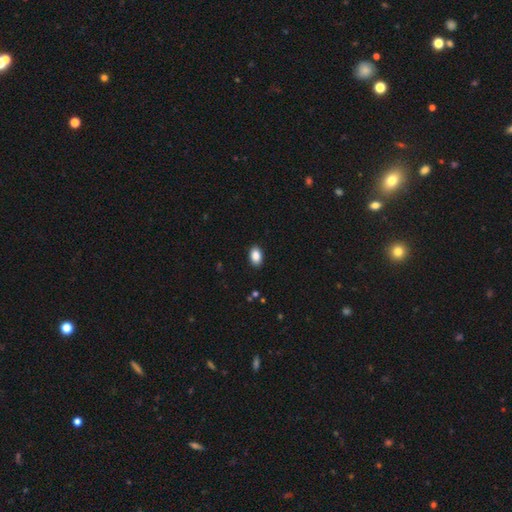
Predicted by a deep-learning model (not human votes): The model was most divided on "how rounded": in between: 89%, round: 10%, cigar-shaped: 1%. More confident: merging — none (90%); smooth or featured — smooth (89%).